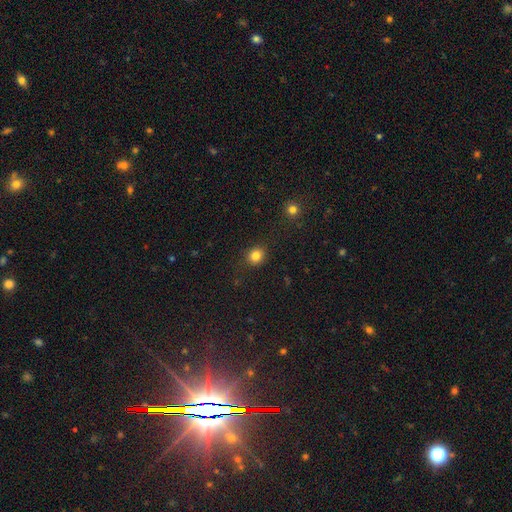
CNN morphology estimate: Q: Smooth or featured?
A: smooth (83%); runner-up: star or artifact (12%)
Q: How rounded?
A: round (77%); runner-up: in between (22%)
Q: Merging?
A: none (87%); runner-up: minor disturbance (9%)